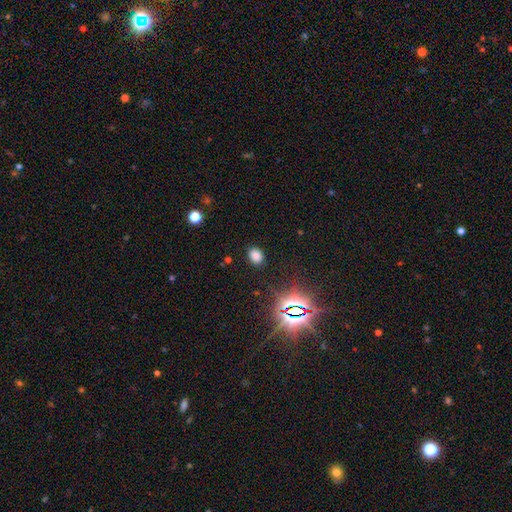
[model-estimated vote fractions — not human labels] Smooth or featured? smooth (75%)
How rounded? in between (68%)
Merging? none (86%)